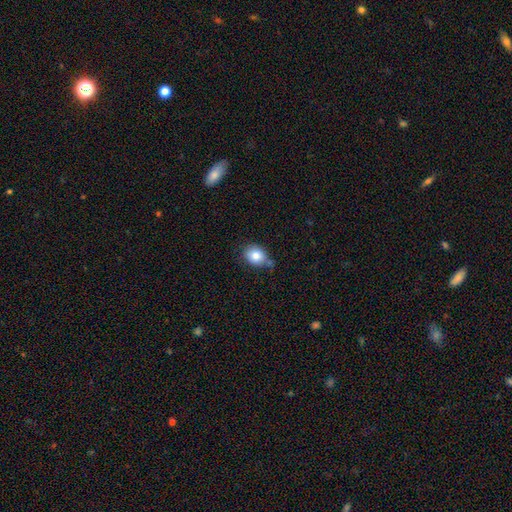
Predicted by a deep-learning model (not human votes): This is clearly a smooth galaxy (82%). How rounded: possibly round (57%). Merging: likely none (61%).